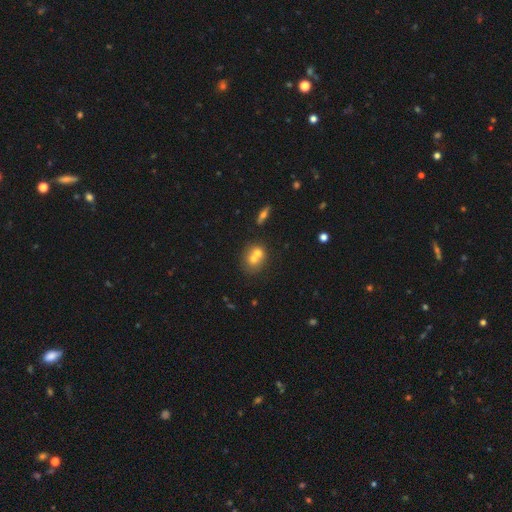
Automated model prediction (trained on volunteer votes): Smooth or featured?
  - smooth: 62% *
  - featured or disk: 26%
  - star or artifact: 12%
How rounded?
  - round: 71% *
  - in between: 28%
  - cigar-shaped: 1%
Merging?
  - merger: 63% *
  - none: 29%
  - minor disturbance: 6%
  - major disturbance: 2%